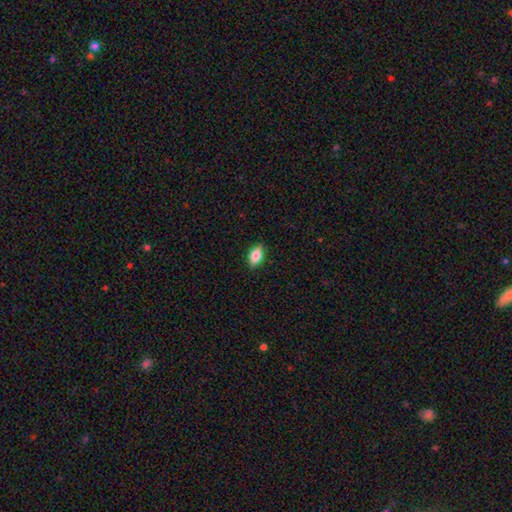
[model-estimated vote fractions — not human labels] Smooth or featured? Predicted: smooth (p=0.81). How rounded? Predicted: in between (p=0.88). Merging? Predicted: none (p=0.87).